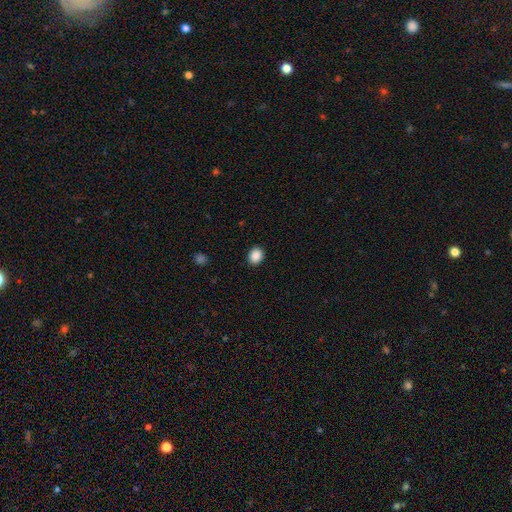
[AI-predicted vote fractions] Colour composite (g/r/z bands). It shows a smooth galaxy with no disk features (89%) that is round (59%). Merging: none (90%).